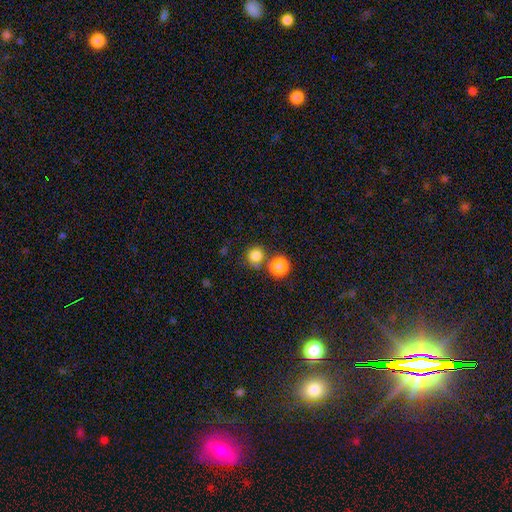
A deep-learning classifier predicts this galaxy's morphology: smooth 80%, star or artifact 14%, featured or disk 6%. Down the decision tree: how rounded — round (90%); merging — none (68%).